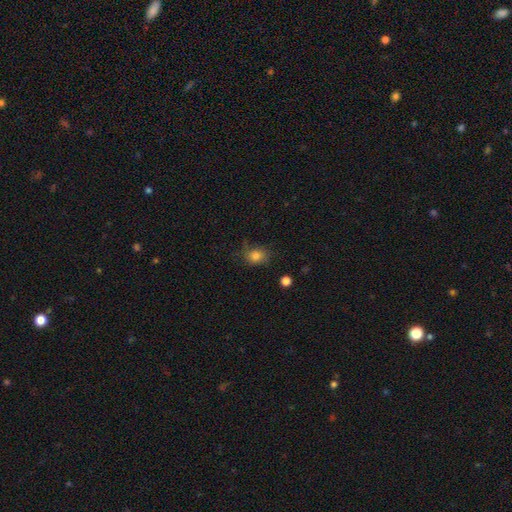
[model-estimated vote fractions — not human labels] The model was most divided on "how rounded": round: 55%, in between: 44%, cigar-shaped: 1%. More confident: smooth or featured — smooth (81%); merging — none (70%).